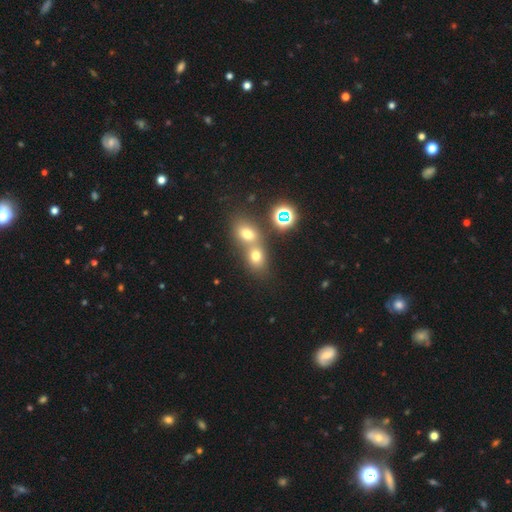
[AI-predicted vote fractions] smooth 66%, star or artifact 22%, featured or disk 12%. Down the decision tree: how rounded — in between (52%); merging — merger (54%).